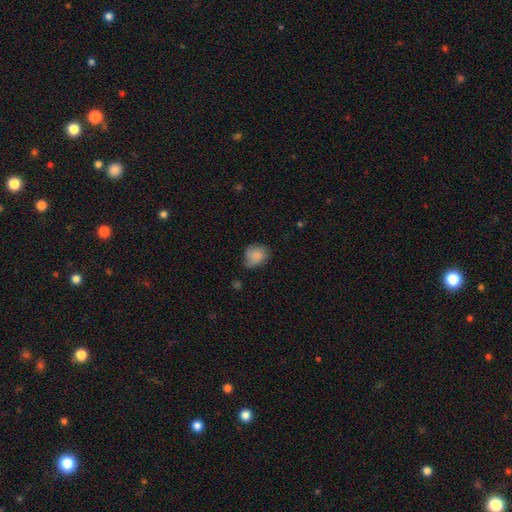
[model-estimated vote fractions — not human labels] Smooth or featured: smooth — 79% (featured or disk — 13%)
How rounded: round — 59% (in between — 40%)
Merging: none — 55% (minor disturbance — 35%)